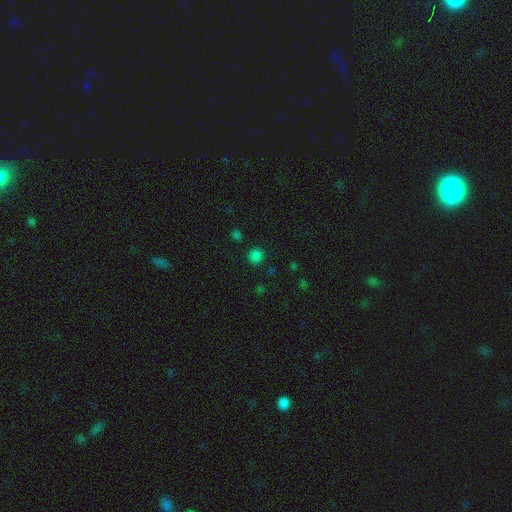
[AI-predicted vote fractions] A smooth galaxy with no disk features (79%) that is round (90%).

Vote fractions:
- Smooth or featured? smooth: 79% / star or artifact: 18% / featured or disk: 3%
- How rounded? round: 90% / in between: 9% / cigar-shaped: 1%
- Merging? none: 88% / minor disturbance: 7% / merger: 3% / major disturbance: 3%